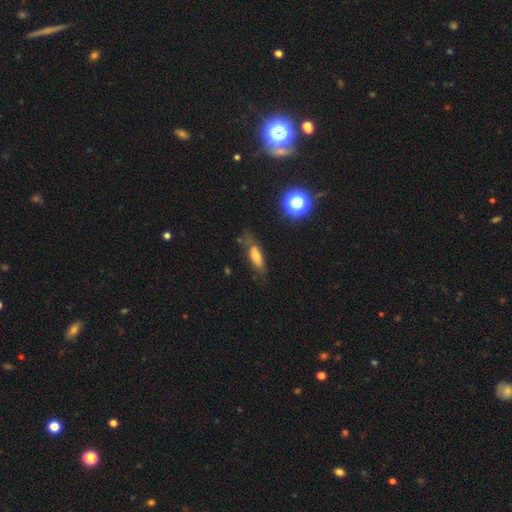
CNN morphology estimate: A smooth galaxy with no disk features (63%) that is in between round and cigar-shaped (63%). Merging: none (59%).